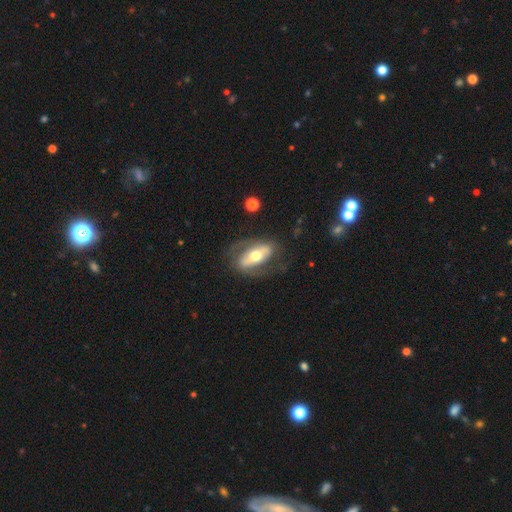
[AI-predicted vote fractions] Smooth or featured: featured or disk — 61% (smooth — 33%)
Edge-on disk: no — 82% (yes — 18%)
Bar: strong — 45% (no — 35%)
Spiral arms: no — 54% (yes — 46%)
Bulge size: moderate — 69% (small — 15%)
Merging: none — 66% (minor disturbance — 19%)